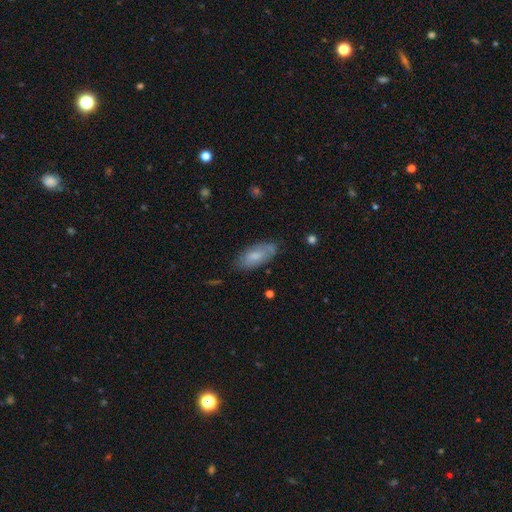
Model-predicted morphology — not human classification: Smooth or featured? smooth (62%)
How rounded? in between (87%)
Merging? none (74%)